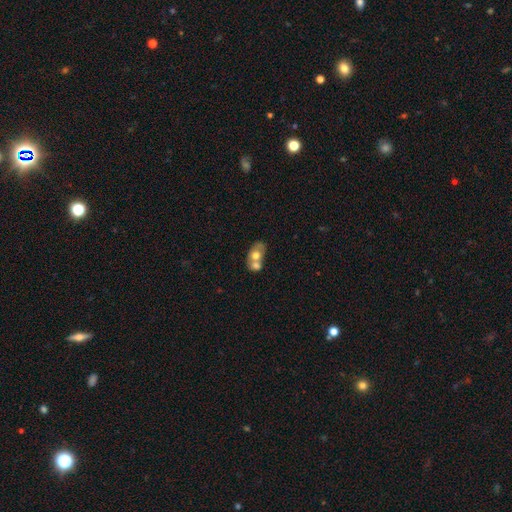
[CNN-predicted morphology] Smooth or featured? Predicted: smooth (p=0.62). How rounded? Predicted: in between (p=0.73). Merging? Predicted: merger (p=0.64).